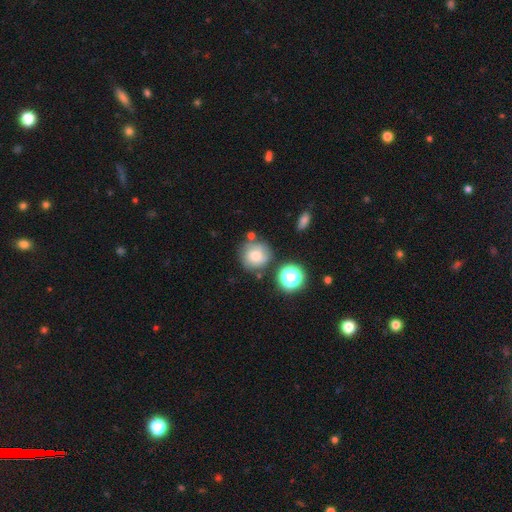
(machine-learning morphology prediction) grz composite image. It shows a smooth galaxy with no disk features (60%) that is round (89%). Merging: none (66%).